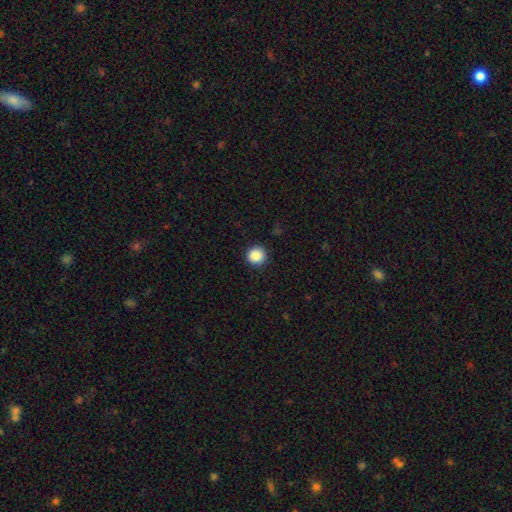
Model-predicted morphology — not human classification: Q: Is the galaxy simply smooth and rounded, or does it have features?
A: smooth — 88%.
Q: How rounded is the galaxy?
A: round — 95%.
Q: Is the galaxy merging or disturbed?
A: none — 92%.